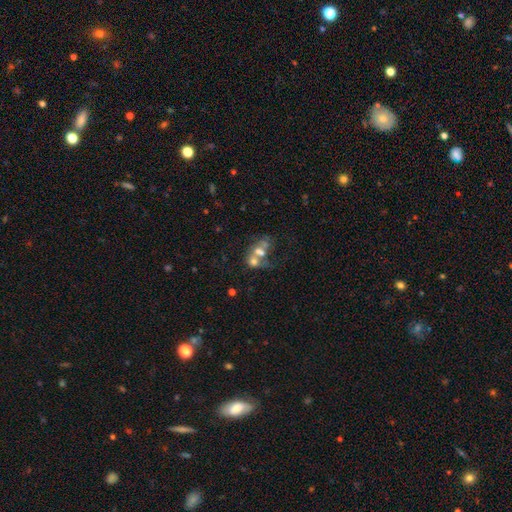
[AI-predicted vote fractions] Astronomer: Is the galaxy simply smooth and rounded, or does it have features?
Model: smooth — 47% (runner-up: featured or disk, 36%).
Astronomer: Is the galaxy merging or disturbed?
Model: merger — 65%.